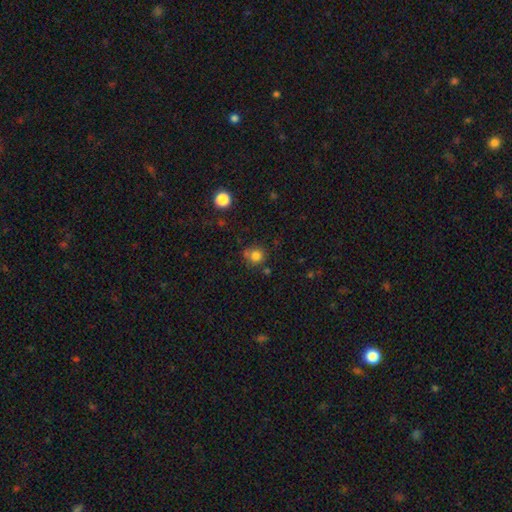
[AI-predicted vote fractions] Morphology: type=smooth (80%); roundness=round (86%); merging=none (67%).